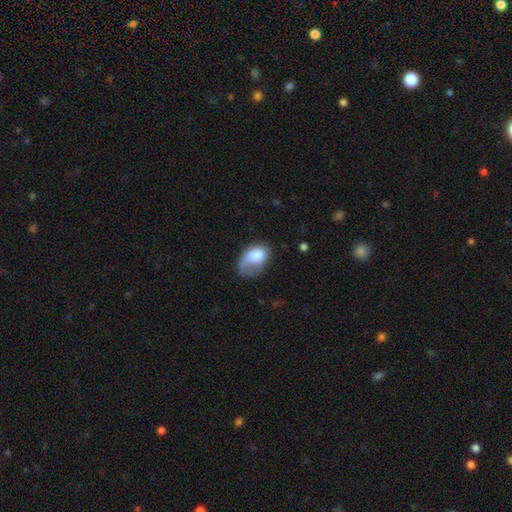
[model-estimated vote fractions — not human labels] The model was most divided on "merging": major disturbance: 37%, minor disturbance: 31%, none: 29%, merger: 3%. More confident: how rounded — in between (88%); smooth or featured — smooth (72%).